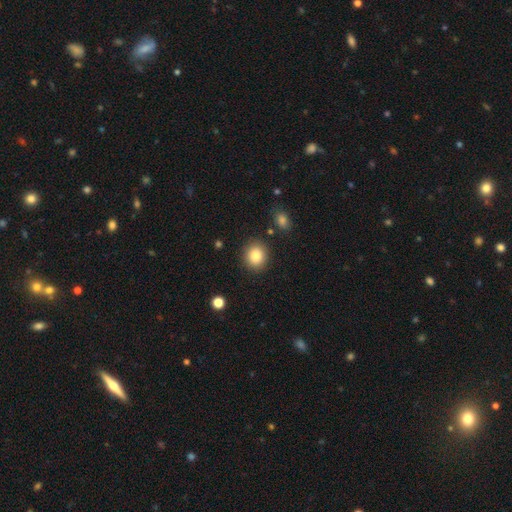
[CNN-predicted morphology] Smooth or featured? smooth (85%)
How rounded? round (76%)
Merging? none (88%)